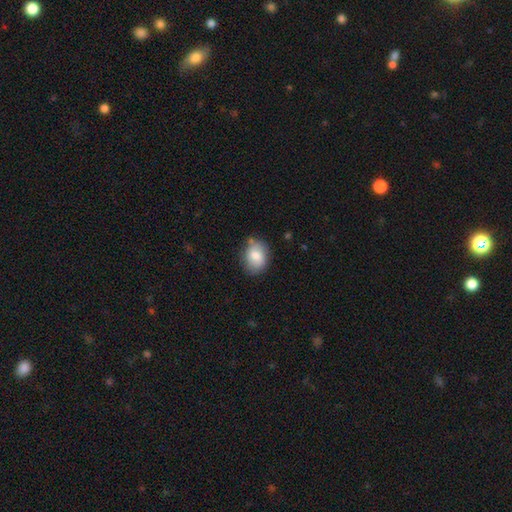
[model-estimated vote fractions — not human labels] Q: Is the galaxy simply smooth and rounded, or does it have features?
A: smooth — 79%.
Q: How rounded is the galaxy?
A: in between — 64%.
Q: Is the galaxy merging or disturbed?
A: none — 70%.